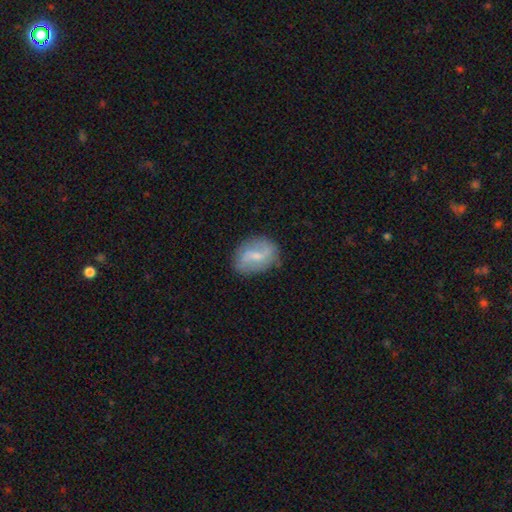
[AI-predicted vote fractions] Morphology: type=featured or disk (62%); edge-on=no (97%); bar=weak (53%); spiral arms=yes (81%); bulge=small (57%); merging=none (79%).